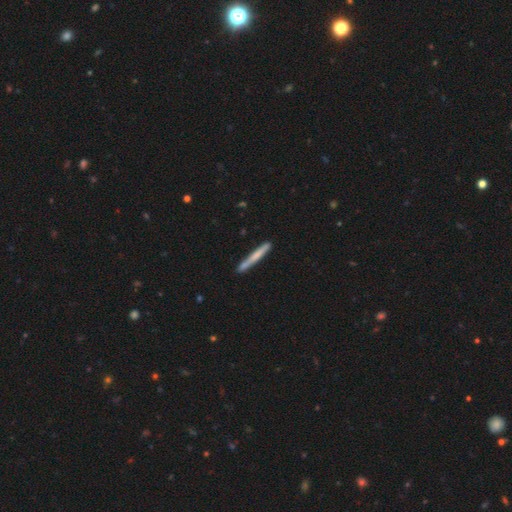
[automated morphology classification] This is likely a smooth galaxy (61%). How rounded: clearly cigar-shaped (97%). Merging: clearly none (84%).